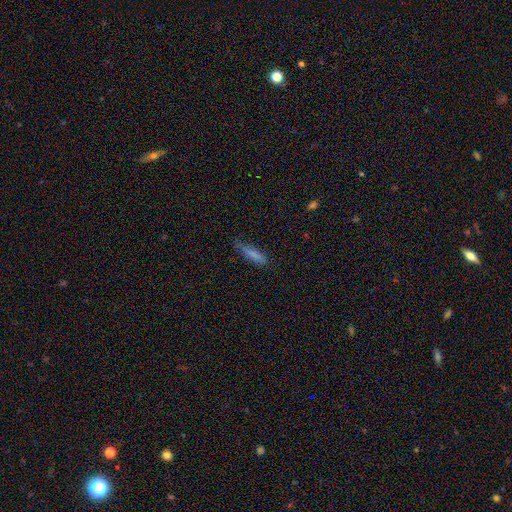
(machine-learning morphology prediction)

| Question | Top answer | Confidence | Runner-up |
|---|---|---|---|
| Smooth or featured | smooth | 69% | featured or disk (20%) |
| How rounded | cigar-shaped | 76% | in between (22%) |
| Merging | none | 71% | minor disturbance (22%) |